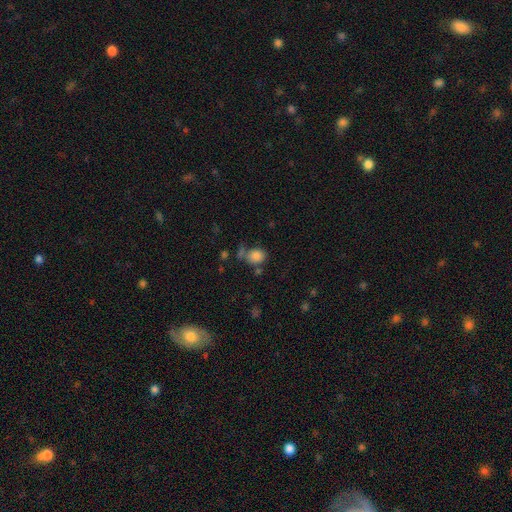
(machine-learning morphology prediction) type=smooth (83%); roundness=round (64%); merging=none (59%).